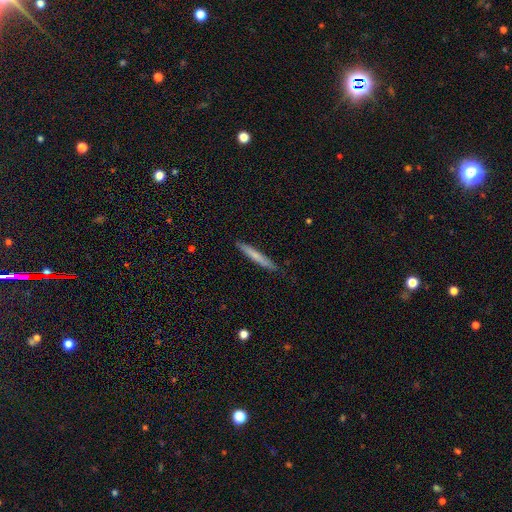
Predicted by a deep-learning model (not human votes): A smooth galaxy with no disk features (66%) that is cigar-shaped (96%).

Vote fractions:
- Smooth or featured? smooth: 66% / featured or disk: 29% / star or artifact: 6%
- How rounded? cigar-shaped: 96% / in between: 3% / round: 1%
- Merging? none: 87% / minor disturbance: 10% / major disturbance: 2% / merger: 1%